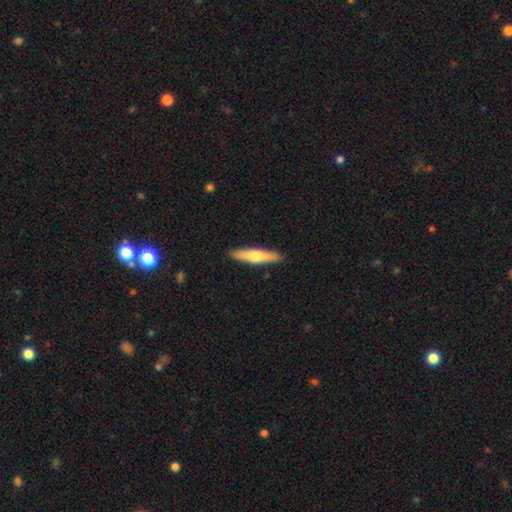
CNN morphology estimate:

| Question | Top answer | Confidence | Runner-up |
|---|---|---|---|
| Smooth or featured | smooth | 56% | featured or disk (39%) |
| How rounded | cigar-shaped | 81% | in between (18%) |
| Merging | none | 90% | minor disturbance (7%) |